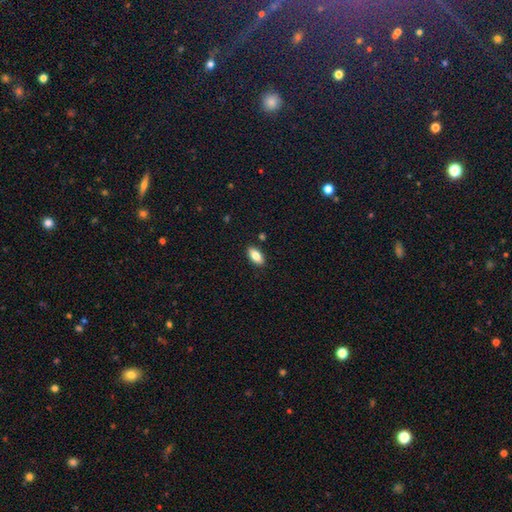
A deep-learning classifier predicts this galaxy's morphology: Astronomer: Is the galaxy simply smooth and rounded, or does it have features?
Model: smooth — 80%.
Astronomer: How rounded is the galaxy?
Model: in between — 88%.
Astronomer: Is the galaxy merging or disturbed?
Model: none — 89%.